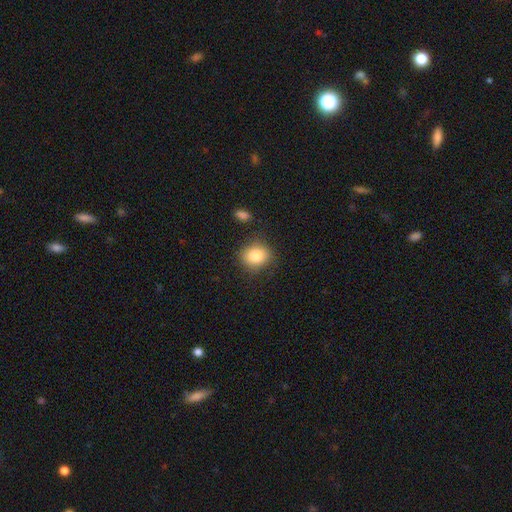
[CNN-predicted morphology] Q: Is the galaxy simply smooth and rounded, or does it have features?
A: smooth — 83%.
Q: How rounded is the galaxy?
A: round — 67%.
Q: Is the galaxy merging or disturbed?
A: none — 82%.